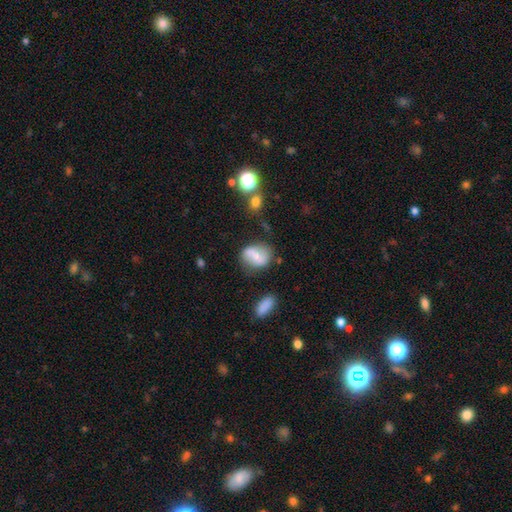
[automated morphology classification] The model was most divided on "smooth or featured": smooth: 47%, featured or disk: 44%, star or artifact: 9%. More confident: merging — none (67%).